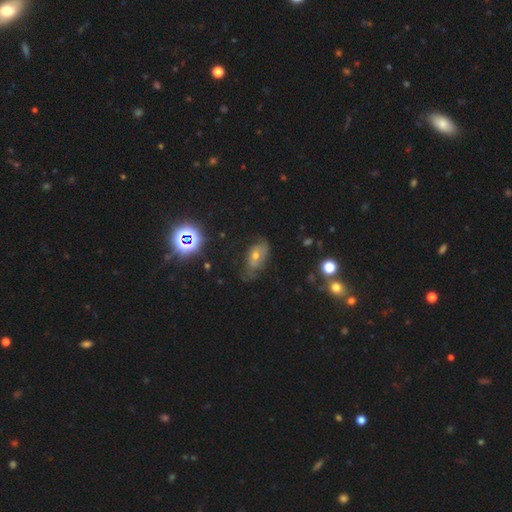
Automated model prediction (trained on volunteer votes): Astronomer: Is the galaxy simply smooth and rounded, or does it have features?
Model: featured or disk — 39% (runner-up: smooth, 38%).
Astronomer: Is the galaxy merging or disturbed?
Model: none — 50% (runner-up: minor disturbance, 33%).